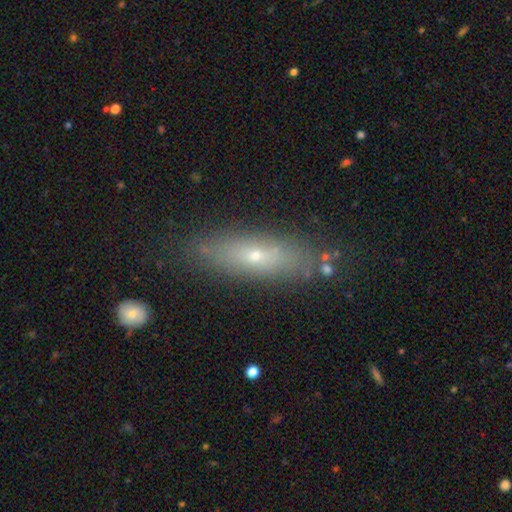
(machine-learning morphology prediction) smooth-or-featured: smooth: 50% | featured or disk: 39% | star or artifact: 12%
  merging: none: 81% | minor disturbance: 12% | major disturbance: 4% | merger: 3%